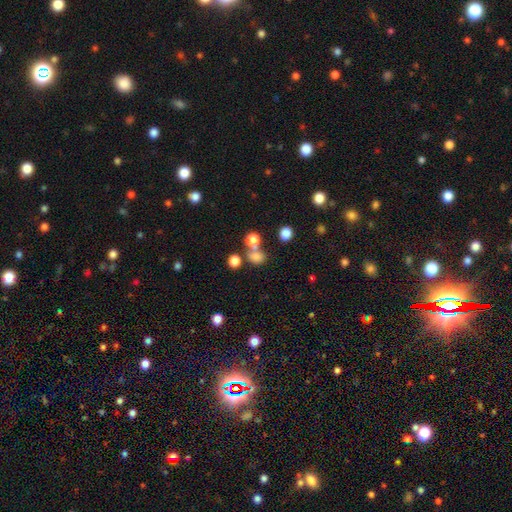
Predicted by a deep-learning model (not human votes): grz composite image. It shows a smooth galaxy with no disk features (73%) that is round (64%). Merging: none (45%).